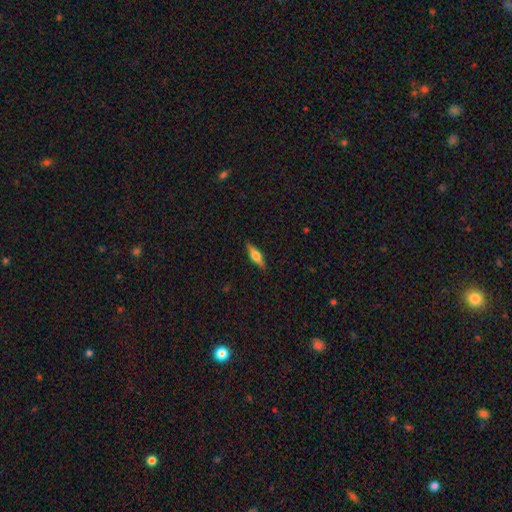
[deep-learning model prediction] A featured or disk galaxy (55%) viewed edge-on (95%) with a rounded central bulge (90%).

Vote fractions:
- Smooth or featured? featured or disk: 55% / smooth: 38% / star or artifact: 7%
- Edge-on disk? yes: 95% / no: 5%
- Edge-on bulge? rounded: 90% / boxy: 7% / none: 2%
- Merging? none: 88% / minor disturbance: 9% / major disturbance: 2% / merger: 1%